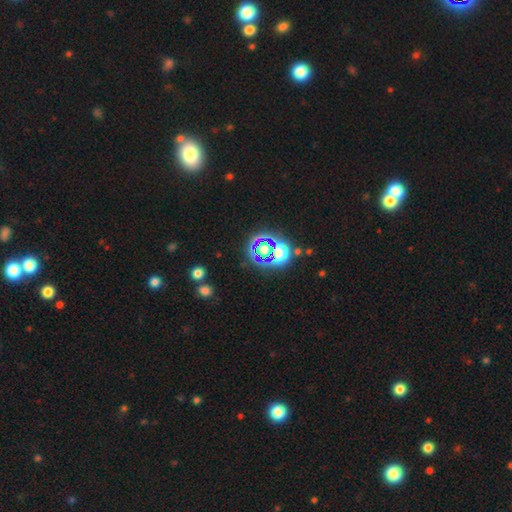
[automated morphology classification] A star or artifact, not a galaxy (70%).